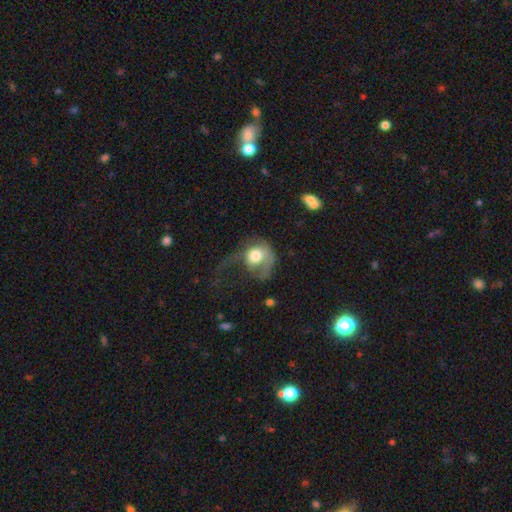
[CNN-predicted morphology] type=smooth (54%); roundness=round (64%); merging=major disturbance (63%).